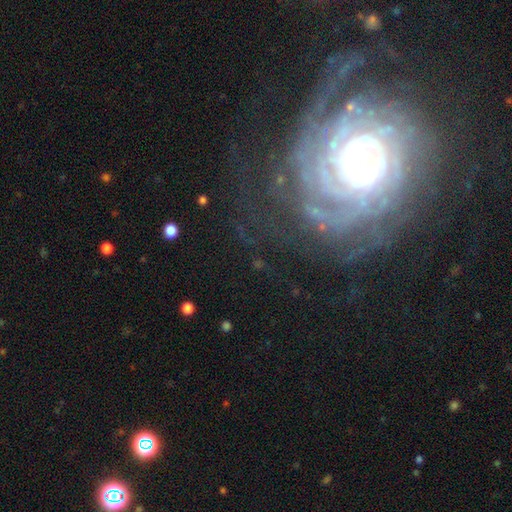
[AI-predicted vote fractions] Smooth or featured? featured or disk (86%)
Edge-on disk? no (97%)
Bar? no (35%, tied with weak)
Spiral arms? yes (98%)
Spiral winding? tight (84%)
Spiral arm count? can't tell (23%)
Bulge size? small (53%)
Merging? none (73%)